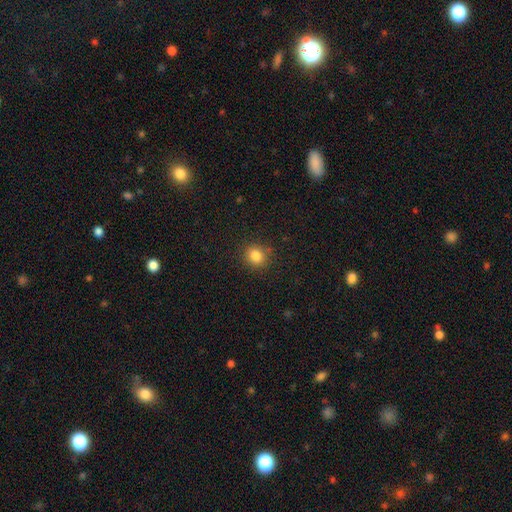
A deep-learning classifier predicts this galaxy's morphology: smooth 83%, star or artifact 12%, featured or disk 5%. Down the decision tree: how rounded — round (79%); merging — none (87%).